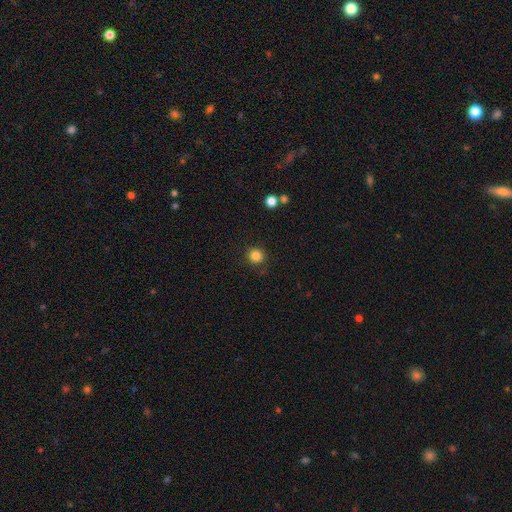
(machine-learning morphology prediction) Q: Smooth or featured?
A: smooth (85%); runner-up: star or artifact (11%)
Q: How rounded?
A: round (93%); runner-up: in between (6%)
Q: Merging?
A: none (88%); runner-up: minor disturbance (8%)